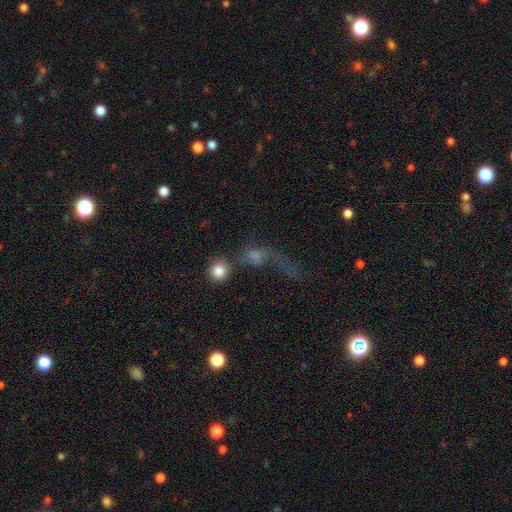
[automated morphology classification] Q: Smooth or featured?
A: smooth (55%); runner-up: featured or disk (25%)
Q: How rounded?
A: in between (47%); runner-up: round (42%)
Q: Merging?
A: major disturbance (39%); runner-up: none (25%)